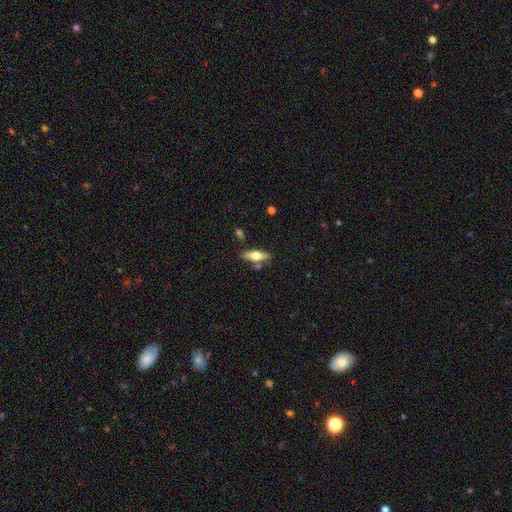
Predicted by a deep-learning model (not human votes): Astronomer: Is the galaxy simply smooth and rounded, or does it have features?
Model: smooth — 50% (runner-up: featured or disk, 44%).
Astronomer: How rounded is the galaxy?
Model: cigar-shaped — 53% (runner-up: in between, 44%).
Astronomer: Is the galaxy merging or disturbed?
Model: none — 76%.